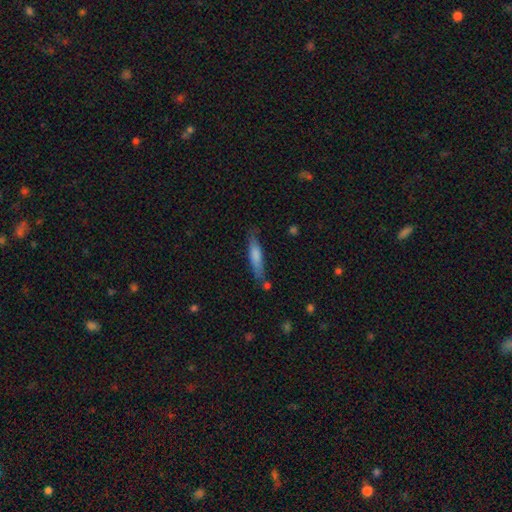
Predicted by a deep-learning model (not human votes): Morphology: type=smooth (70%); roundness=cigar-shaped (83%); merging=none (71%).